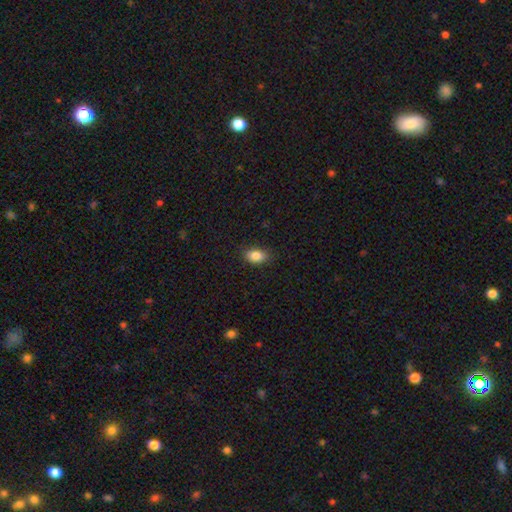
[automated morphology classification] The model was most divided on "merging": none: 86%, minor disturbance: 11%, major disturbance: 2%, merger: 1%. More confident: smooth or featured — smooth (87%); how rounded — in between (87%).